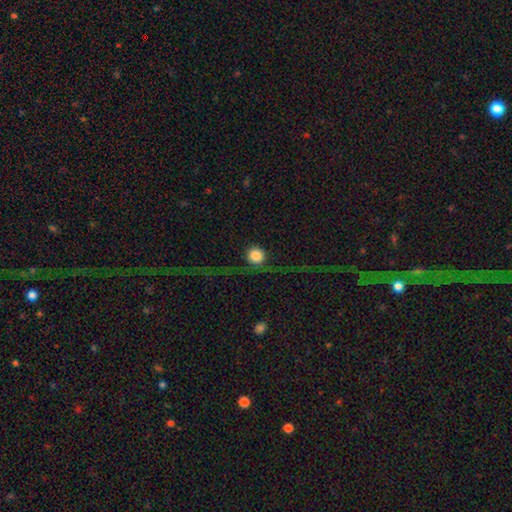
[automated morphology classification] The model was most divided on "merging": none: 67%, major disturbance: 18%, minor disturbance: 11%, merger: 3%. More confident: how rounded — round (95%); smooth or featured — smooth (78%).